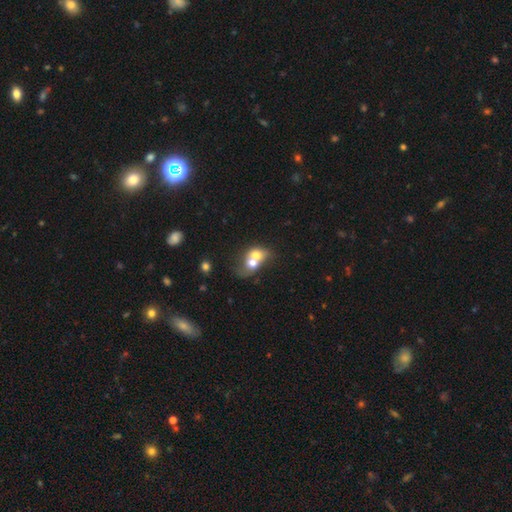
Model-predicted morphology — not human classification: This is likely a smooth galaxy (61%). How rounded: possibly in between (50%). Merging: likely merger (78%).